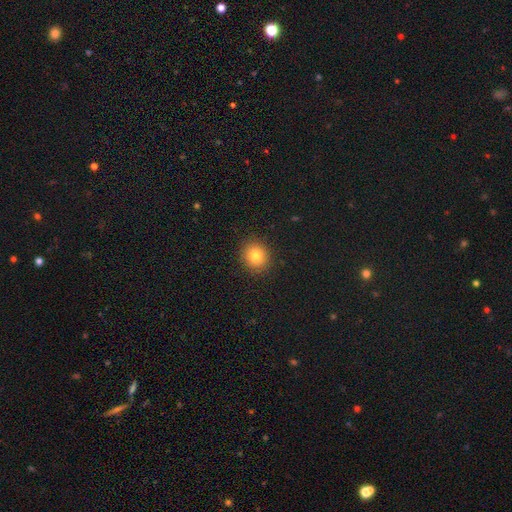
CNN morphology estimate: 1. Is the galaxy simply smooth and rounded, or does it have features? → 80% smooth, 11% star or artifact, 8% featured or disk.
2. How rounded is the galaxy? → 78% round, 21% in between, 1% cigar-shaped.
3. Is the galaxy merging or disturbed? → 89% none, 7% minor disturbance, 2% major disturbance, 1% merger.